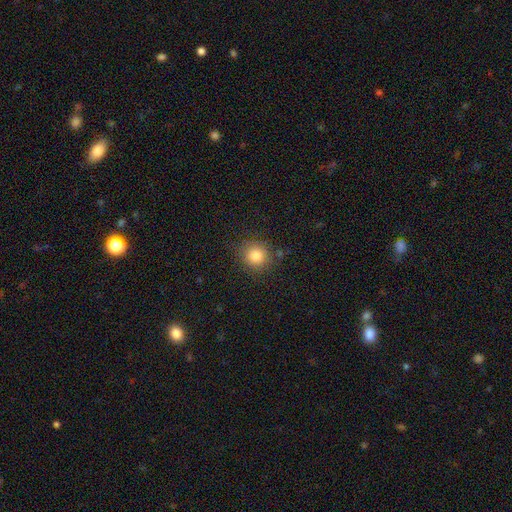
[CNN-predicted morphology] A smooth galaxy with no disk features (84%) that is round (89%). Merging: none (83%).